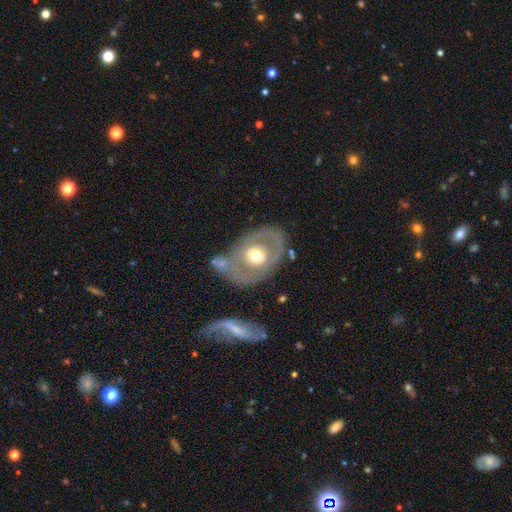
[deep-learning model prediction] Overall: featured or disk (58%; smooth 36%). Edge-on disk: no (92%). Bar: no (79%). Spiral arms: no (80%). Bulge size: moderate (67%). Merging: none (58%).